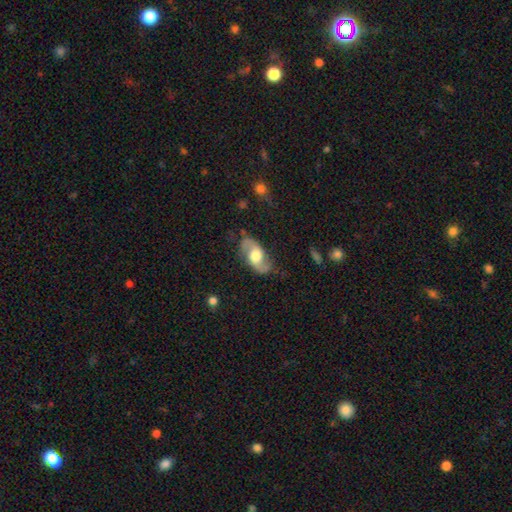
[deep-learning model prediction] This appears to be a featured or disk galaxy (72%) with no bar (58%), 2 (92%) loose (54%) spiral arms (87%) and a moderate central bulge (52%). Merging: none (73%).